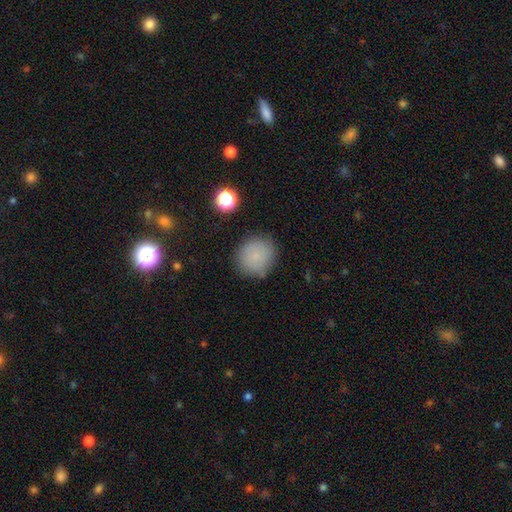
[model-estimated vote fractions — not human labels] A smooth galaxy with no disk features (81%) that is round (88%).

Vote fractions:
- Smooth or featured? smooth: 81% / star or artifact: 11% / featured or disk: 8%
- How rounded? round: 88% / in between: 11% / cigar-shaped: 1%
- Merging? none: 82% / minor disturbance: 13% / major disturbance: 4% / merger: 2%